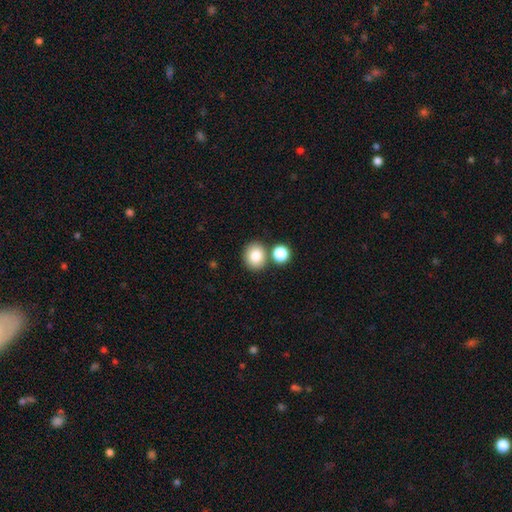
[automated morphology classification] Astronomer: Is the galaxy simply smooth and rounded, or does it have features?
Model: smooth — 83%.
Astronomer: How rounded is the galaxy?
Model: round — 74%.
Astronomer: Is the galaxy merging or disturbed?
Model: none — 73%.